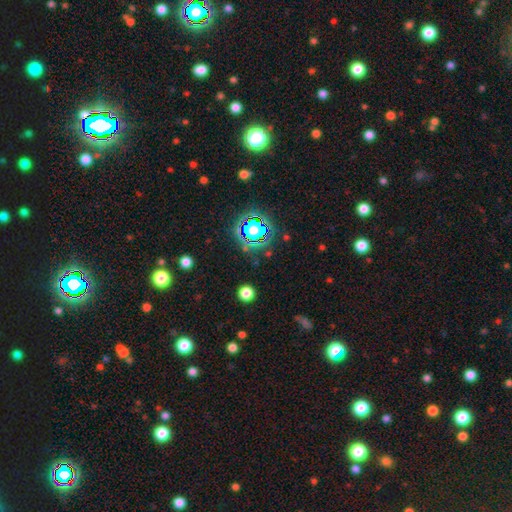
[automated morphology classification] star or artifact 76%, smooth 15%, featured or disk 9%.